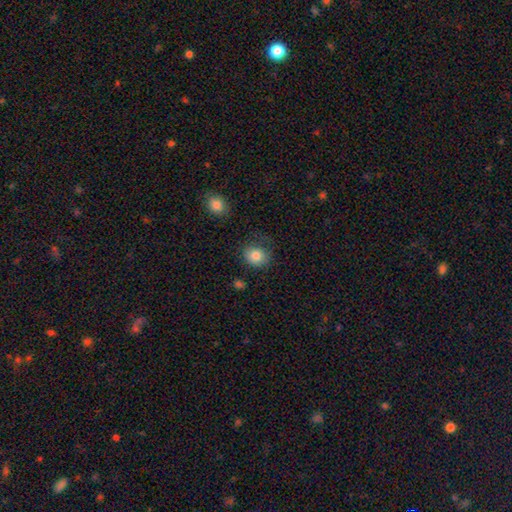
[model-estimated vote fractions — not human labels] Q: Smooth or featured?
A: smooth (84%); runner-up: star or artifact (10%)
Q: How rounded?
A: round (74%); runner-up: in between (25%)
Q: Merging?
A: none (72%); runner-up: minor disturbance (19%)